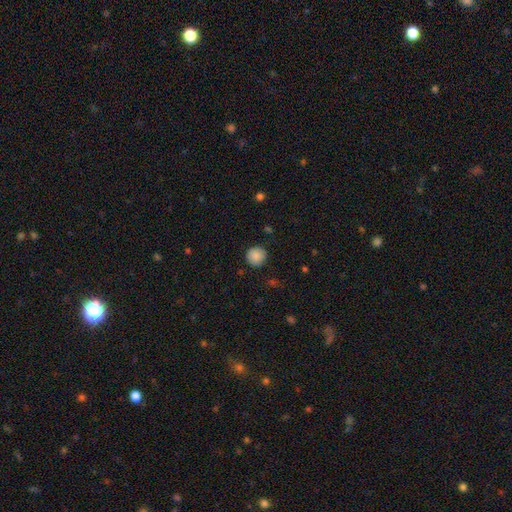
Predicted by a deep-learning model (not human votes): This is clearly a smooth galaxy (88%). How rounded: clearly round (93%). Merging: clearly none (86%).